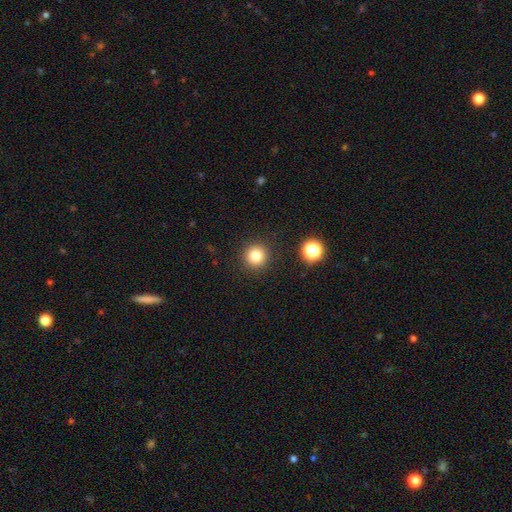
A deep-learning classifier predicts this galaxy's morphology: Smooth or featured? smooth (82%)
How rounded? round (95%)
Merging? none (91%)